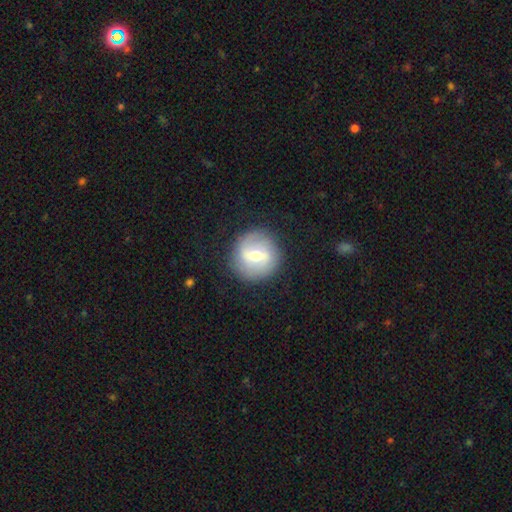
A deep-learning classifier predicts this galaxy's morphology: A featured or disk galaxy (55%) with a weak bar (49%), spiral arms (54%) and a moderate central bulge (70%). Merging: none (86%).